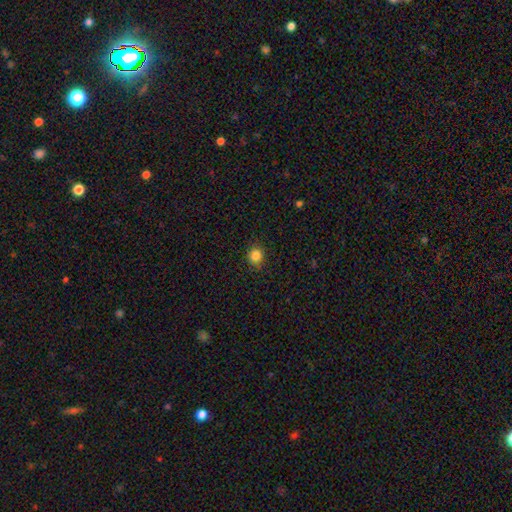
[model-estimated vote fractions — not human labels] A smooth galaxy with no disk features (85%) that is round (83%).

Vote fractions:
- Smooth or featured? smooth: 85% / star or artifact: 11% / featured or disk: 4%
- How rounded? round: 83% / in between: 16% / cigar-shaped: 1%
- Merging? none: 89% / minor disturbance: 7% / major disturbance: 2% / merger: 1%